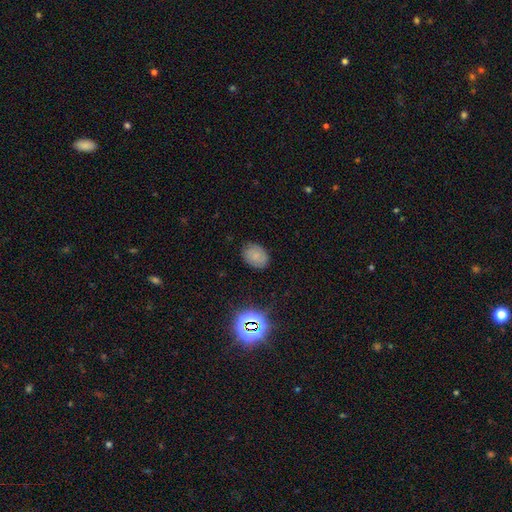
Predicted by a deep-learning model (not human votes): This appears to be a smooth galaxy with no disk features (69%) that is in between round and cigar-shaped (71%). Merging: none (83%).